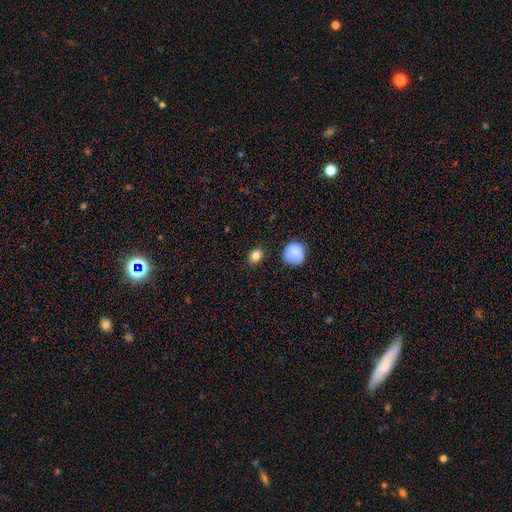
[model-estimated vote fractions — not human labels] smooth 82%, star or artifact 11%, featured or disk 7%. Down the decision tree: how rounded — in between (53%); merging — none (82%).